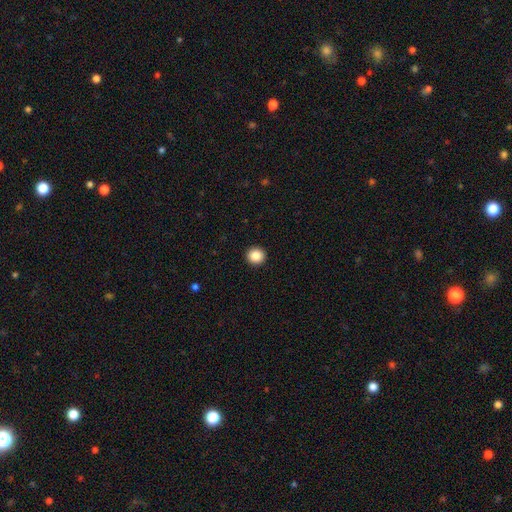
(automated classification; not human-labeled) Smooth or featured: smooth — 87% (star or artifact — 10%)
How rounded: round — 93% (in between — 6%)
Merging: none — 94% (minor disturbance — 4%)